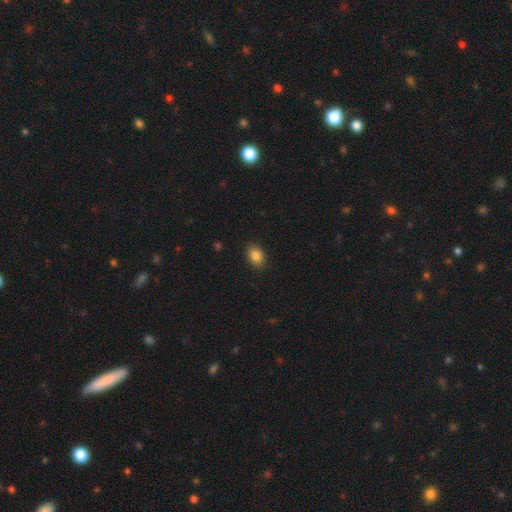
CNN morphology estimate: Smooth or featured? Predicted: smooth (p=0.86). How rounded? Predicted: in between (p=0.74). Merging? Predicted: none (p=0.88).